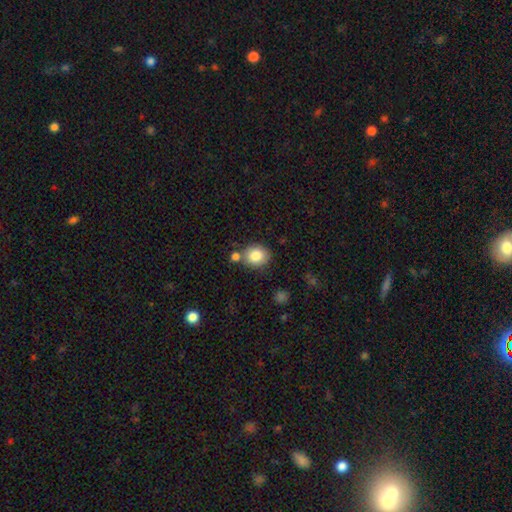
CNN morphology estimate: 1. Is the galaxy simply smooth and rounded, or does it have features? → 82% smooth, 9% featured or disk, 9% star or artifact.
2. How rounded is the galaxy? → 66% round, 33% in between, 1% cigar-shaped.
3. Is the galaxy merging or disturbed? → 71% none, 14% merger, 12% minor disturbance, 3% major disturbance.